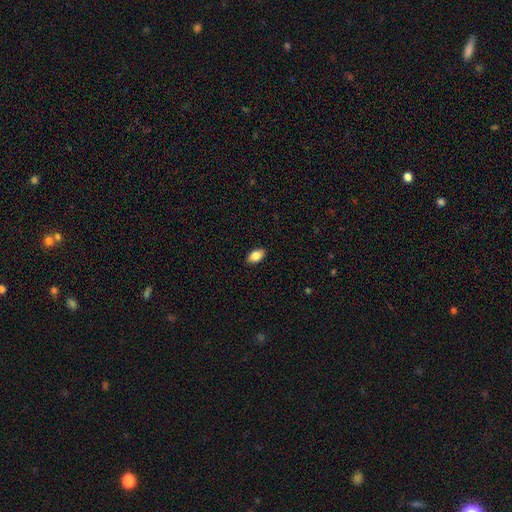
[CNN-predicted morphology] Smooth or featured? smooth (86%)
How rounded? in between (92%)
Merging? none (89%)